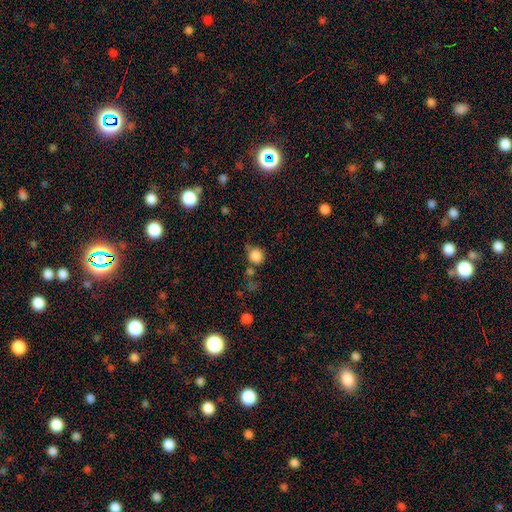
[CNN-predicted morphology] smooth_or_featured: smooth (p=0.83) [alt: star or artifact p=0.12]
how_rounded: round (p=0.91) [alt: in between p=0.08]
merging: none (p=0.64) [alt: minor disturbance p=0.17]